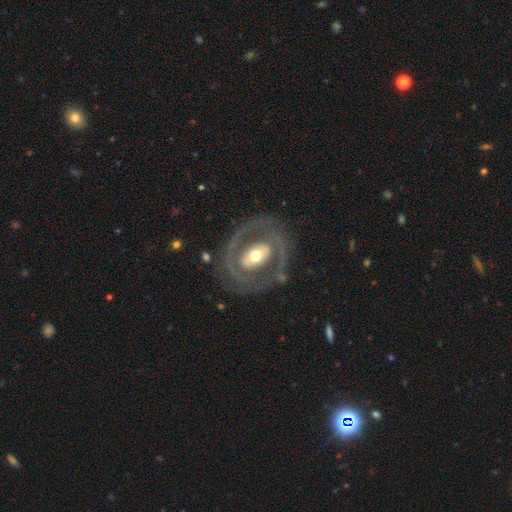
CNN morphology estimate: A featured or disk galaxy (75%) with no bar (45%), no spiral arms (51%) and a moderate central bulge (64%). Merging: none (75%).